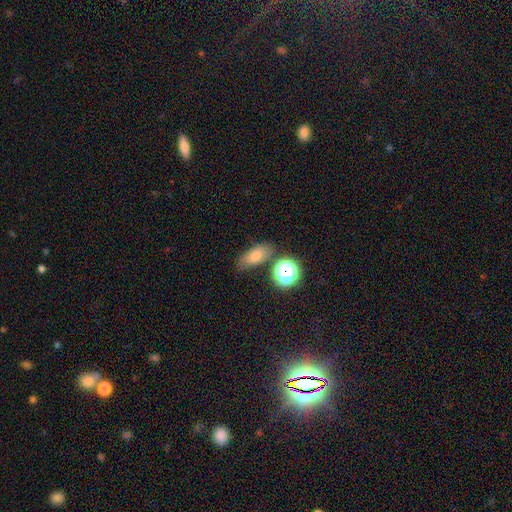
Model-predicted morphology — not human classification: Smooth or featured? smooth (63%)
How rounded? in between (77%)
Merging? none (71%)